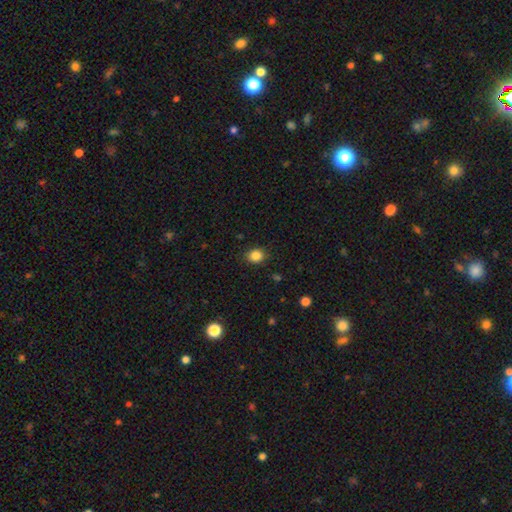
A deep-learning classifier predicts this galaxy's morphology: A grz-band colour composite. It shows a smooth galaxy with no disk features (86%) that is round (68%). Merging: none (88%).